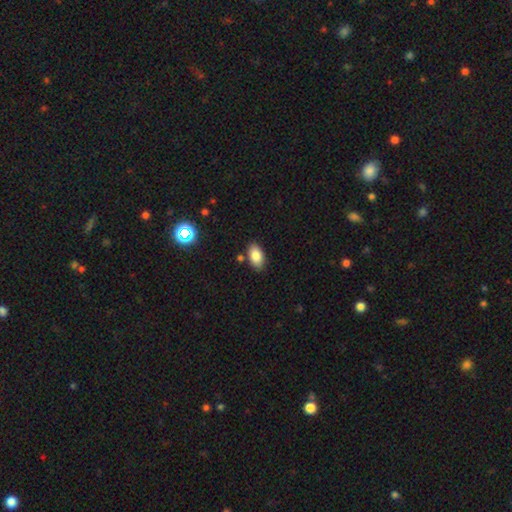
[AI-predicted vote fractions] A smooth galaxy with no disk features (84%) that is in between round and cigar-shaped (93%).

Vote fractions:
- Smooth or featured? smooth: 84% / star or artifact: 9% / featured or disk: 7%
- How rounded? in between: 93% / round: 5% / cigar-shaped: 2%
- Merging? none: 83% / minor disturbance: 11% / merger: 4% / major disturbance: 2%